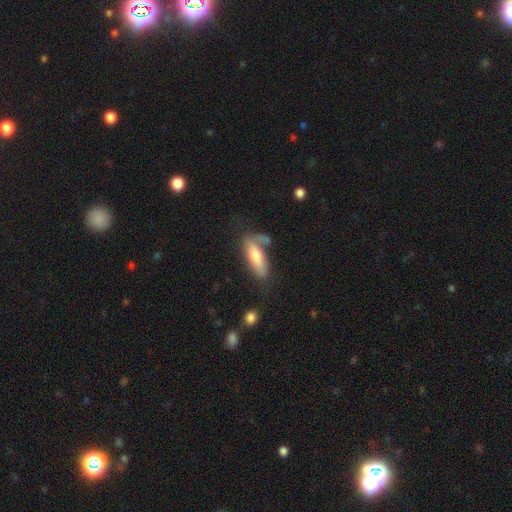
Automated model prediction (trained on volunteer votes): A smooth galaxy with no disk features (64%) that is in between round and cigar-shaped (53%).

Vote fractions:
- Smooth or featured? smooth: 64% / featured or disk: 29% / star or artifact: 7%
- How rounded? in between: 53% / cigar-shaped: 45% / round: 2%
- Merging? none: 55% / minor disturbance: 21% / merger: 14% / major disturbance: 10%